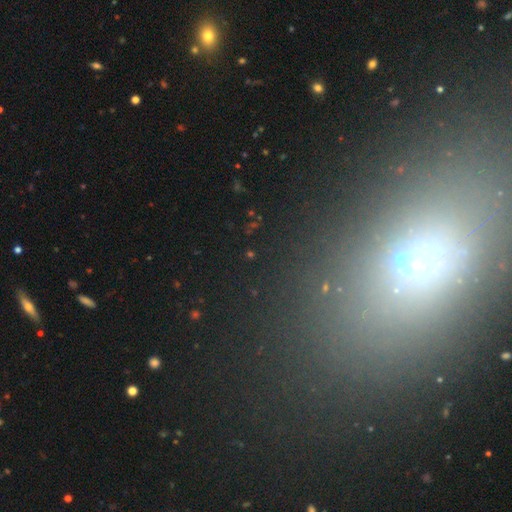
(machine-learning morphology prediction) type=star or artifact (48%).